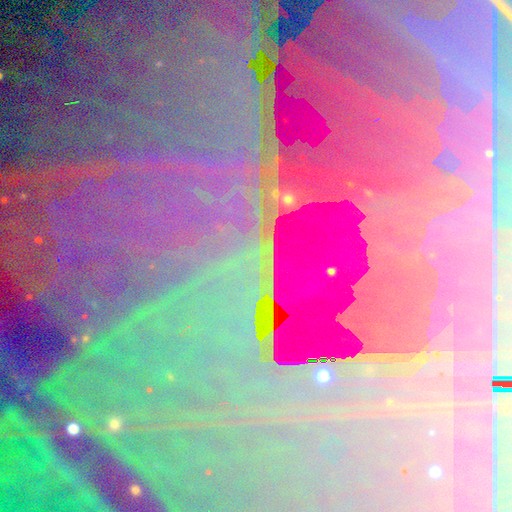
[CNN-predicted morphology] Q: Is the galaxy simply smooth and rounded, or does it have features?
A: star or artifact — 85%.